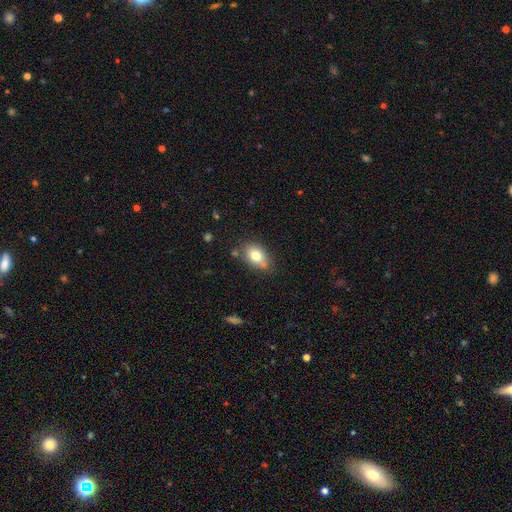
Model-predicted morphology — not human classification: A smooth galaxy with no disk features (78%) that is in between round and cigar-shaped (81%).

Vote fractions:
- Smooth or featured? smooth: 78% / featured or disk: 13% / star or artifact: 9%
- How rounded? in between: 81% / round: 17% / cigar-shaped: 2%
- Merging? none: 67% / minor disturbance: 19% / merger: 10% / major disturbance: 4%